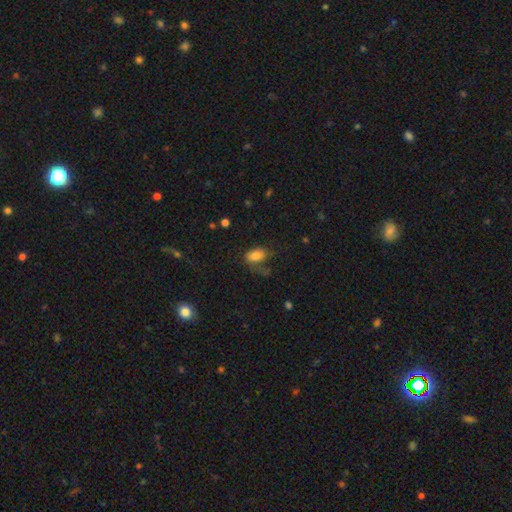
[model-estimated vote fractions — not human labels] A smooth galaxy with no disk features (79%) that is in between round and cigar-shaped (90%).

Vote fractions:
- Smooth or featured? smooth: 79% / featured or disk: 11% / star or artifact: 10%
- How rounded? in between: 90% / round: 8% / cigar-shaped: 2%
- Merging? none: 51% / minor disturbance: 23% / major disturbance: 21% / merger: 5%